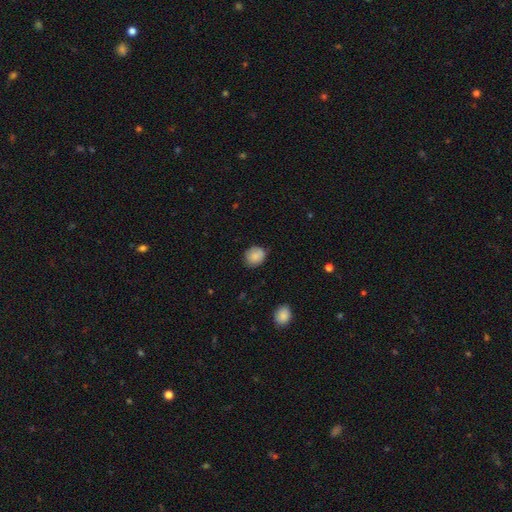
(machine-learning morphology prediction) Smooth or featured?
  - smooth: 84% *
  - featured or disk: 8%
  - star or artifact: 8%
How rounded?
  - round: 69% *
  - in between: 30%
  - cigar-shaped: 1%
Merging?
  - none: 76% *
  - minor disturbance: 20%
  - major disturbance: 3%
  - merger: 1%